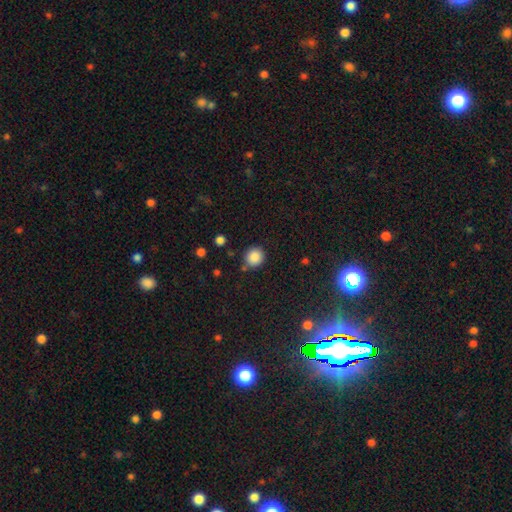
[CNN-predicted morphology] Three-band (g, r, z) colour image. It shows a smooth galaxy with no disk features (87%) that is round (89%). Merging: none (84%).